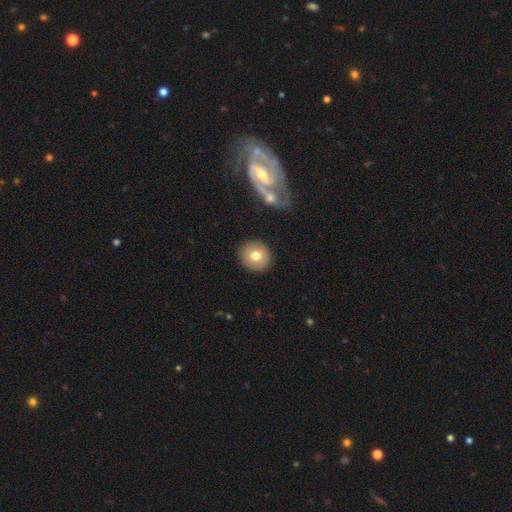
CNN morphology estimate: Smooth or featured?
  - smooth: 74% *
  - featured or disk: 17%
  - star or artifact: 8%
How rounded?
  - round: 88% *
  - in between: 11%
  - cigar-shaped: 1%
Merging?
  - none: 89% *
  - minor disturbance: 7%
  - major disturbance: 2%
  - merger: 2%